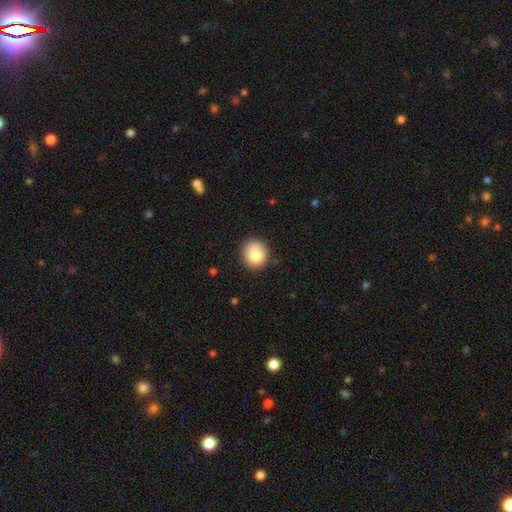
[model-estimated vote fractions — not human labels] Smooth or featured?
  - smooth: 82% *
  - star or artifact: 9%
  - featured or disk: 9%
How rounded?
  - round: 85% *
  - in between: 14%
  - cigar-shaped: 1%
Merging?
  - none: 84% *
  - minor disturbance: 12%
  - major disturbance: 3%
  - merger: 2%